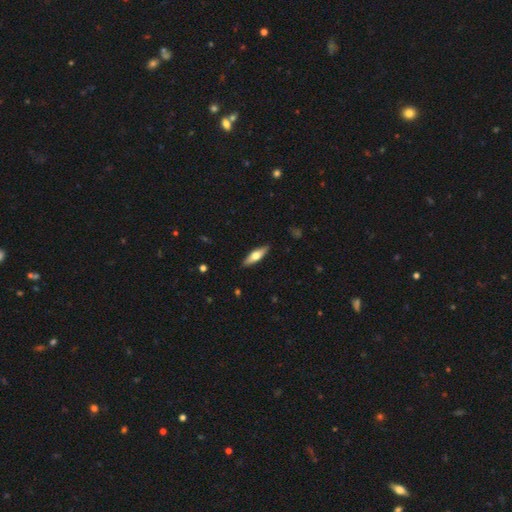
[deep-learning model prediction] Overall: smooth (57%; featured or disk 38%). How rounded: cigar-shaped (56%; in between 42%). Merging: none (89%).